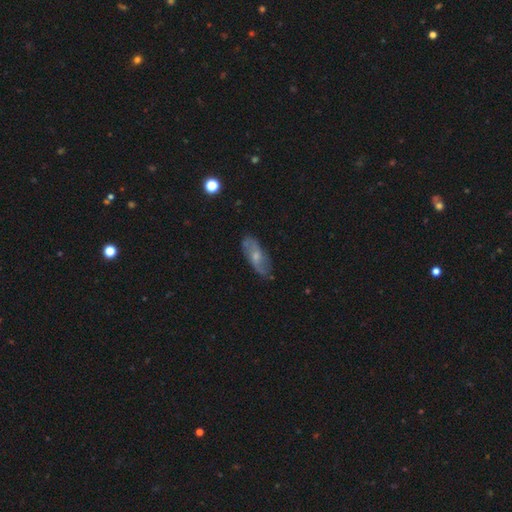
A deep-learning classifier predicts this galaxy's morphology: This is possibly a featured or disk galaxy (57%). It is clearly not viewed edge-on (84%). Merging: likely none (77%).